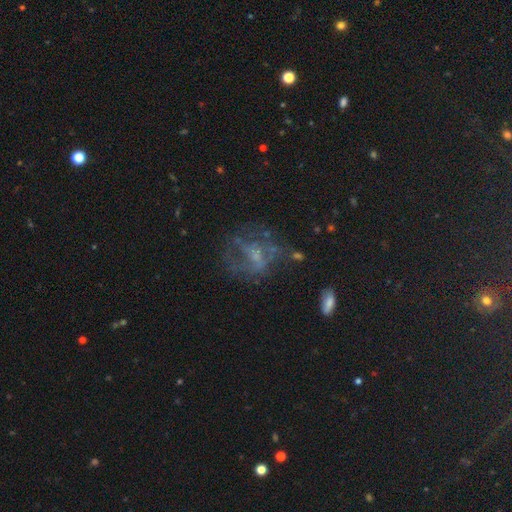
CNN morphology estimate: The model was most divided on "bulge size": small: 43%, none: 30%, moderate: 23%, large: 3%, dominant: 1%. Remaining: edge-on disk — no (97%); bar — no (63%); smooth or featured — featured or disk (61%); spiral arms — no (60%); merging — none (48%).